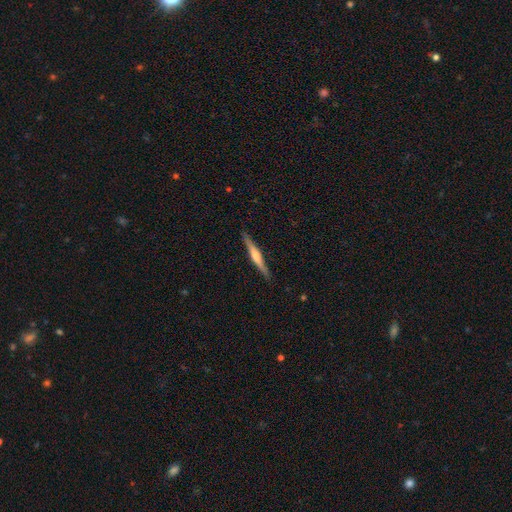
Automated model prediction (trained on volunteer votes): smooth_or_featured: featured or disk (p=0.68) [alt: smooth p=0.26]
disk_edge_on: yes (p=0.98) [alt: no p=0.02]
edge_on_bulge: rounded (p=0.79) [alt: boxy p=0.12]
merging: none (p=0.89) [alt: minor disturbance p=0.08]